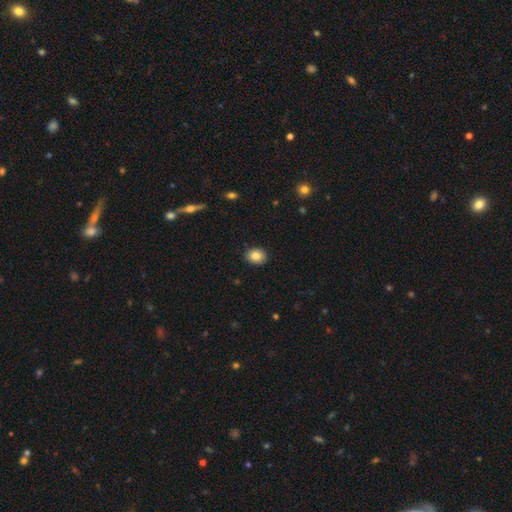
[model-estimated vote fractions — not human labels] Smooth or featured? smooth (85%)
How rounded? in between (52%)
Merging? none (90%)